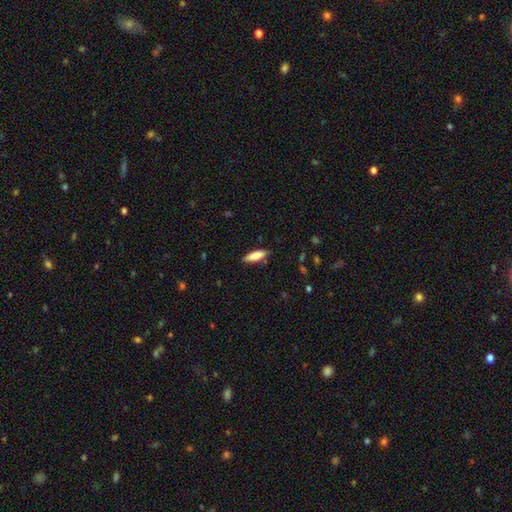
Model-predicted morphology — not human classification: Q: Smooth or featured?
A: smooth (81%); runner-up: featured or disk (13%)
Q: How rounded?
A: in between (49%); tied with: cigar-shaped (49%)
Q: Merging?
A: none (86%); runner-up: minor disturbance (11%)